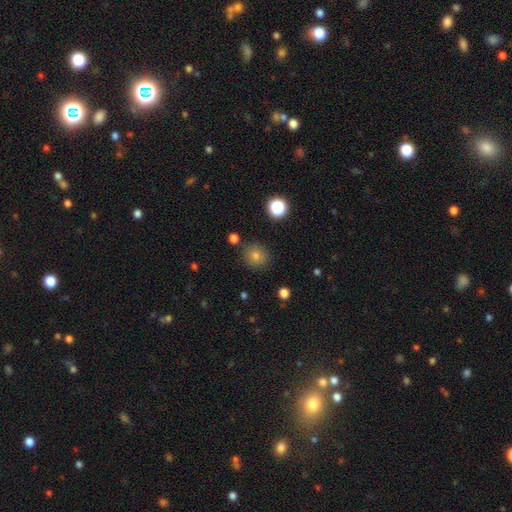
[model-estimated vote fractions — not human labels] Smooth or featured?
  - smooth: 76% *
  - star or artifact: 16%
  - featured or disk: 8%
How rounded?
  - round: 92% *
  - in between: 7%
  - cigar-shaped: 1%
Merging?
  - none: 87% *
  - minor disturbance: 8%
  - merger: 3%
  - major disturbance: 2%